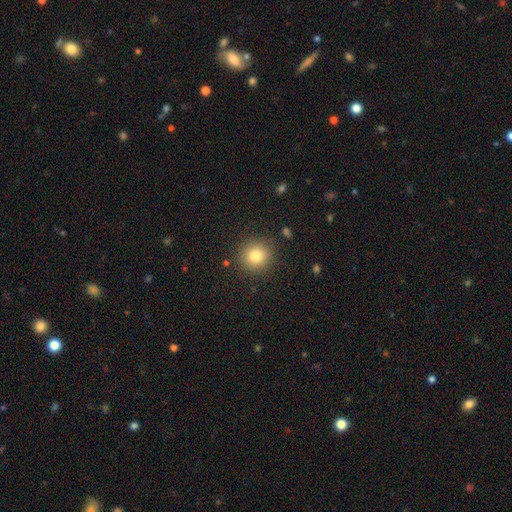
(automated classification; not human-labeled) smooth-or-featured: smooth: 82% | star or artifact: 11% | featured or disk: 7%
  how-rounded: round: 92% | in between: 8% | cigar-shaped: 1%
  merging: none: 88% | minor disturbance: 7% | major disturbance: 3% | merger: 2%